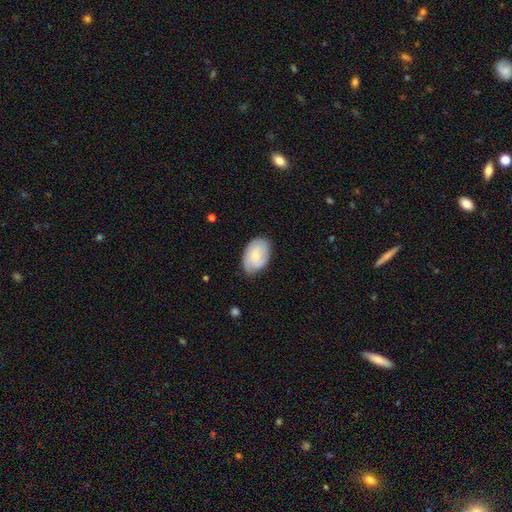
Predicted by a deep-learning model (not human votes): smooth 58%, featured or disk 36%, star or artifact 6%. Down the decision tree: how rounded — in between (86%); merging — none (70%).